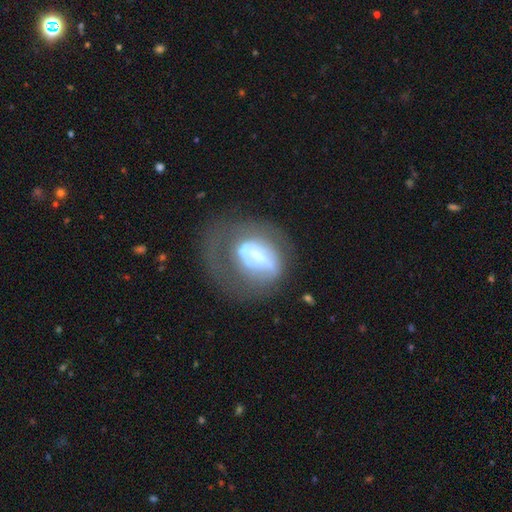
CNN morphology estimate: Smooth or featured?
  - featured or disk: 63% *
  - smooth: 28%
  - star or artifact: 9%
Edge-on disk?
  - no: 96% *
  - yes: 4%
Bar?
  - no: 38% *
  - weak: 35%
  - strong: 26%
Spiral arms?
  - yes: 54% *
  - no: 46%
Bulge size?
  - small: 35% *
  - moderate: 25%
  - none: 18%
  - large: 16%
  - dominant: 5%
Merging?
  - major disturbance: 48% *
  - none: 28%
  - minor disturbance: 19%
  - merger: 5%